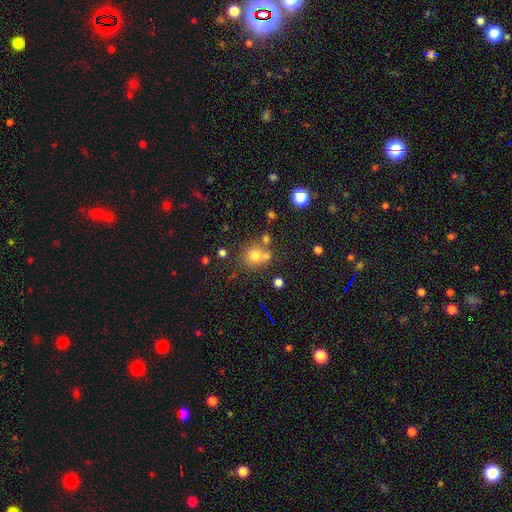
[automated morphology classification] Q: Smooth or featured?
A: smooth (72%); runner-up: star or artifact (15%)
Q: How rounded?
A: round (86%); runner-up: in between (13%)
Q: Merging?
A: none (57%); runner-up: merger (29%)